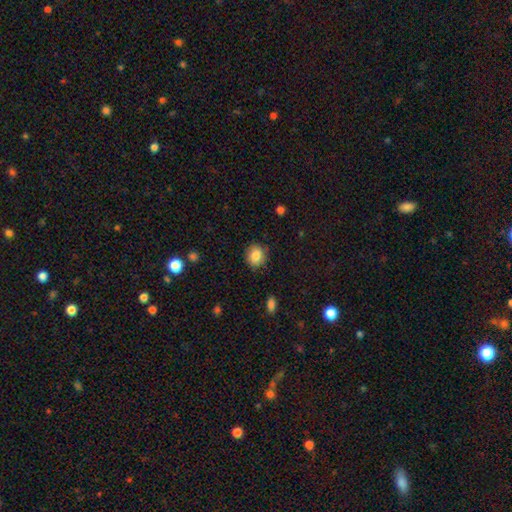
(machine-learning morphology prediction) Smooth or featured? Predicted: smooth (p=0.84). How rounded? Predicted: round (p=0.75). Merging? Predicted: none (p=0.84).